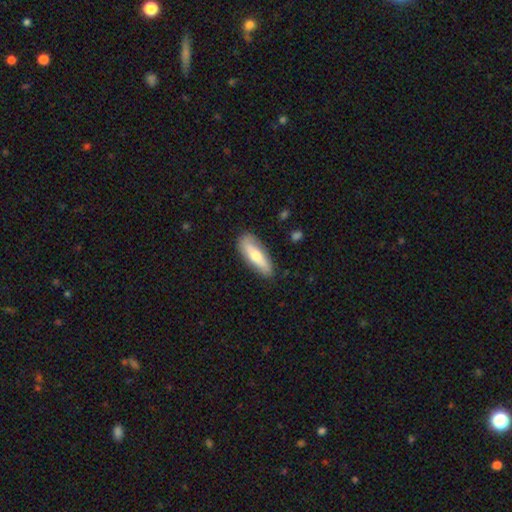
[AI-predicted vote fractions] This is likely a smooth galaxy (60%). How rounded: possibly in between (53%). Merging: clearly none (83%).